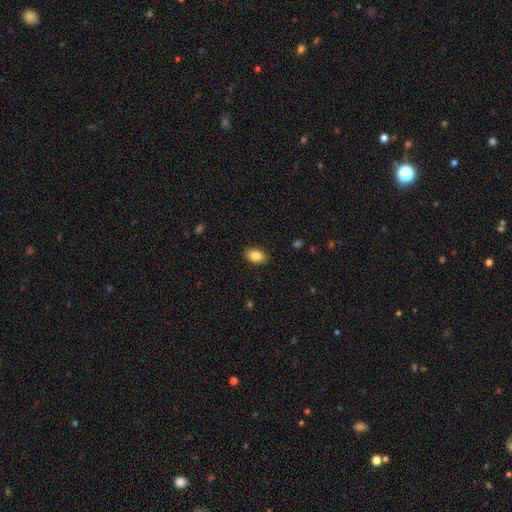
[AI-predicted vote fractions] Morphology: type=smooth (86%); roundness=in between (88%); merging=none (87%).